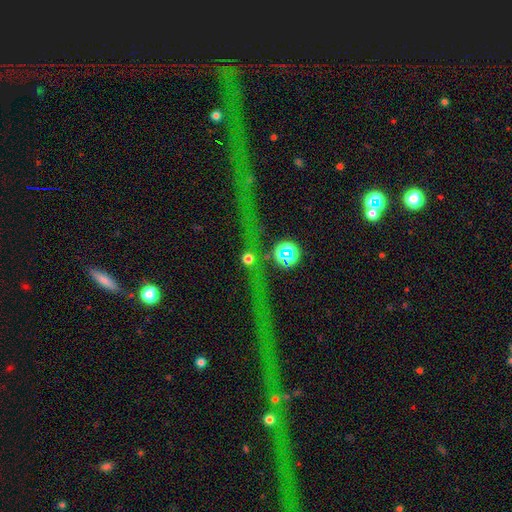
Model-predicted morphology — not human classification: Smooth or featured? Predicted: star or artifact (p=0.68).